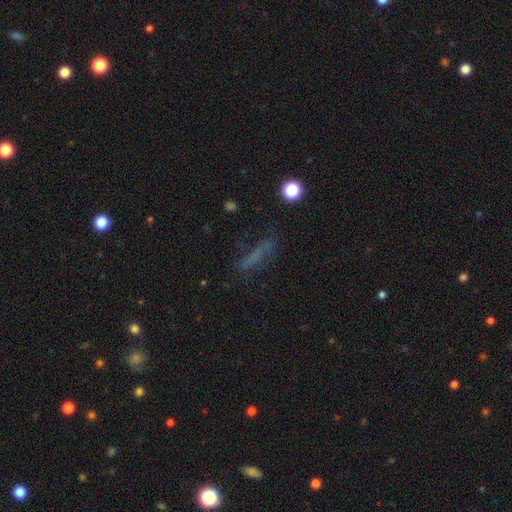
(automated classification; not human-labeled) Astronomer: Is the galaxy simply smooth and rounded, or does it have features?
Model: smooth — 49% (runner-up: featured or disk, 30%).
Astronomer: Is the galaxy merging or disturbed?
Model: none — 63%.